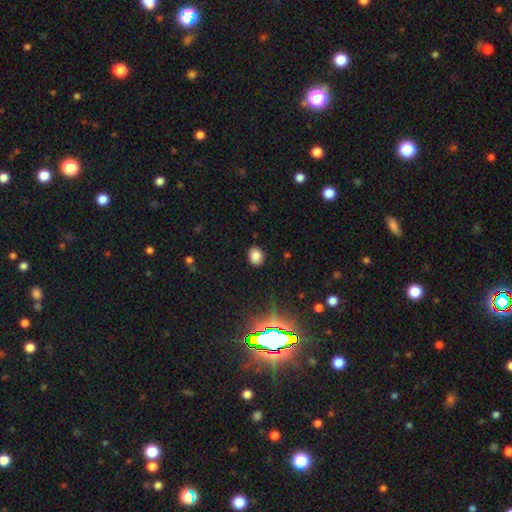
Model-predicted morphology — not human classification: Smooth or featured? smooth (82%)
How rounded? round (59%)
Merging? none (87%)